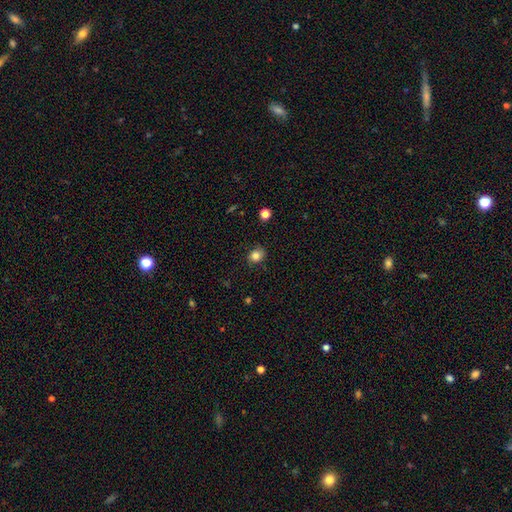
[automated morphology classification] Smooth or featured?
  - smooth: 83% *
  - star or artifact: 11%
  - featured or disk: 6%
How rounded?
  - round: 63% *
  - in between: 36%
  - cigar-shaped: 1%
Merging?
  - none: 82% *
  - minor disturbance: 14%
  - major disturbance: 3%
  - merger: 1%